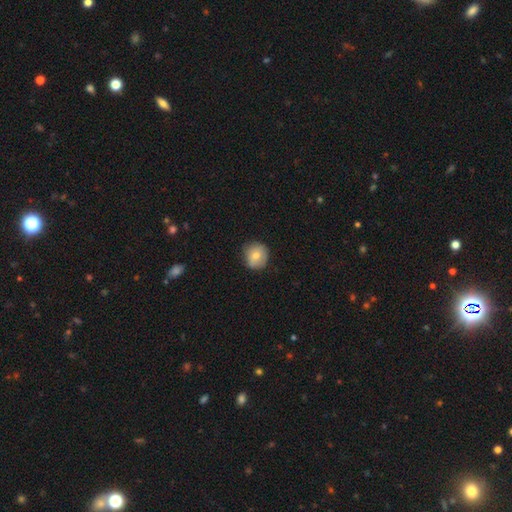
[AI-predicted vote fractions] Morphology: type=smooth (76%); roundness=round (88%); merging=none (78%).